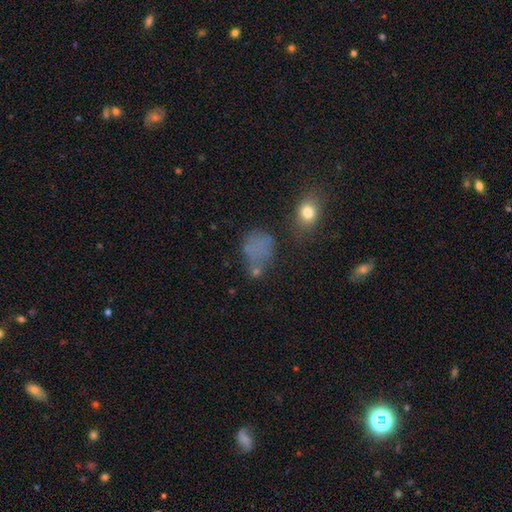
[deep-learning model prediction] A smooth galaxy with no disk features (54%) that is in between round and cigar-shaped (56%). Merging: none (47%).